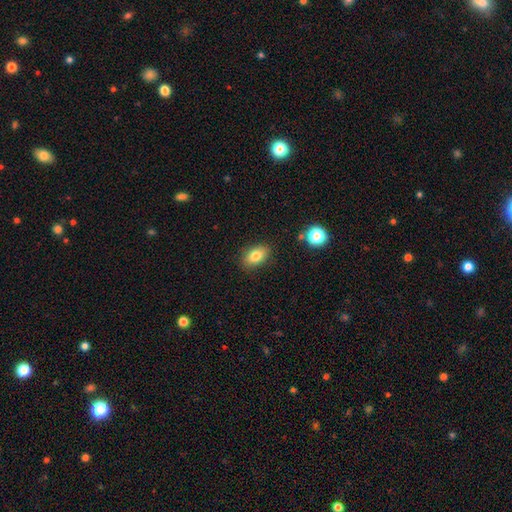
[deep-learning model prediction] smooth 82%, star or artifact 9%, featured or disk 9%. Down the decision tree: how rounded — in between (84%); merging — none (86%).